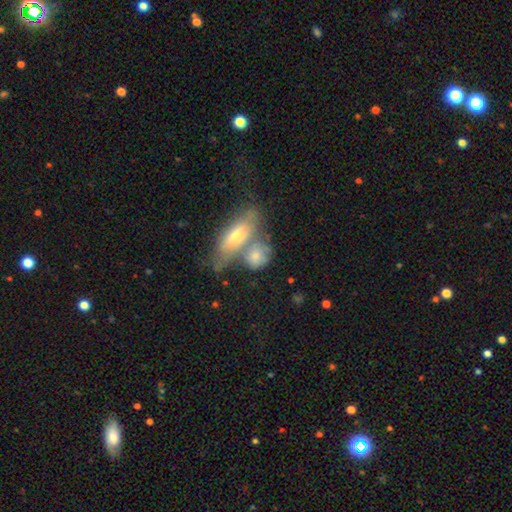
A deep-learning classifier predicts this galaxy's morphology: A smooth galaxy with no disk features (63%) that is in between round and cigar-shaped (58%). Merging: merger (49%).